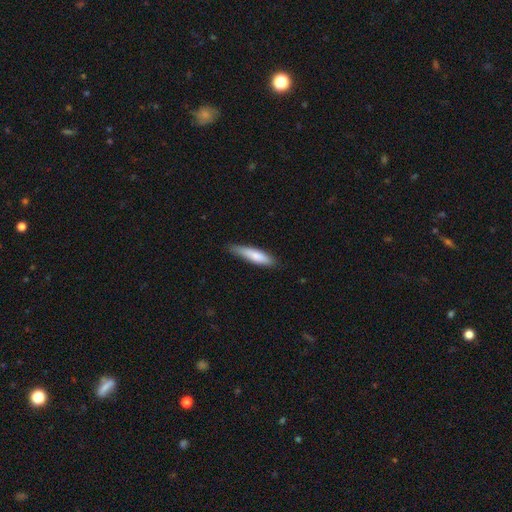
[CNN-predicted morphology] smooth 80%, featured or disk 15%, star or artifact 5%. Down the decision tree: how rounded — cigar-shaped (78%); merging — none (74%).